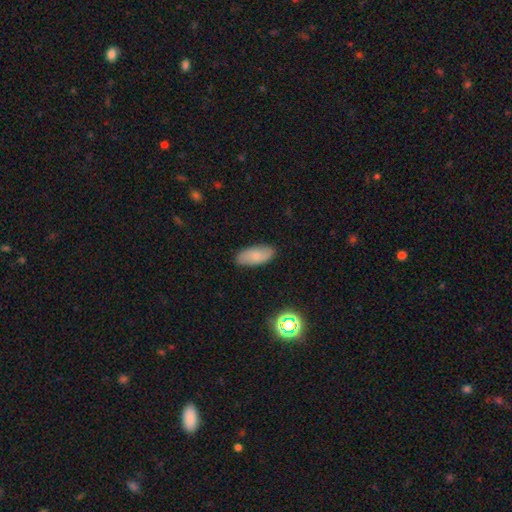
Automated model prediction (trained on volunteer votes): Smooth or featured?
  - smooth: 73% *
  - featured or disk: 18%
  - star or artifact: 9%
How rounded?
  - in between: 87% *
  - cigar-shaped: 11%
  - round: 3%
Merging?
  - none: 85% *
  - minor disturbance: 12%
  - major disturbance: 2%
  - merger: 1%